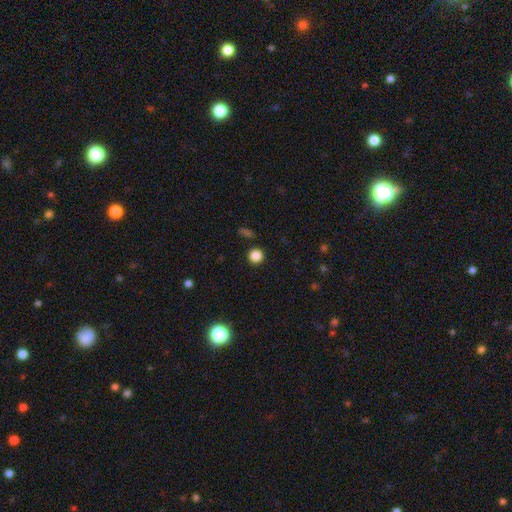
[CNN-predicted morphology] Smooth or featured? smooth (85%)
How rounded? round (94%)
Merging? none (91%)